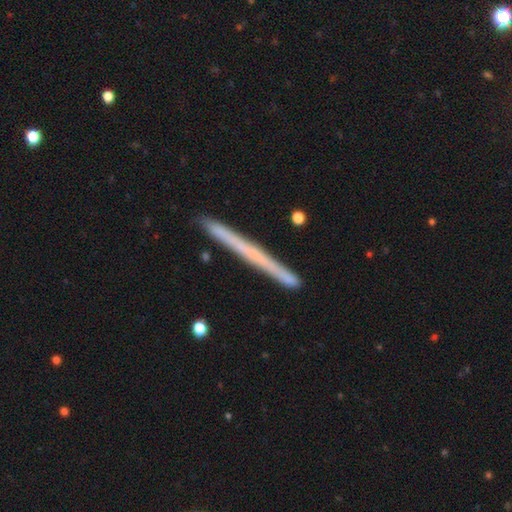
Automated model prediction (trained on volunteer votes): The model was most divided on "smooth or featured": featured or disk: 51%, smooth: 41%, star or artifact: 8%. More confident: edge-on disk — yes (96%); merging — none (89%).